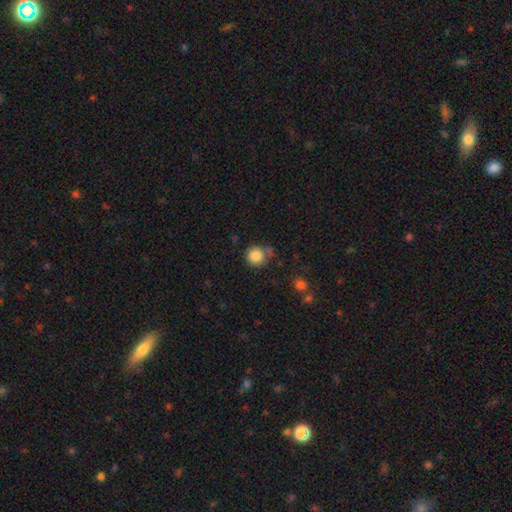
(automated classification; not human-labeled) This is clearly a smooth galaxy (85%). How rounded: clearly round (91%). Merging: likely none (69%).